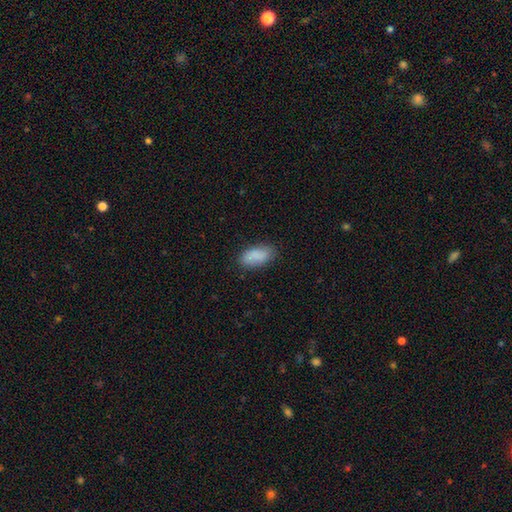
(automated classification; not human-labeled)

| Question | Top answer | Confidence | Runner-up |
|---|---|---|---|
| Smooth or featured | smooth | 85% | featured or disk (8%) |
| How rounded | in between | 91% | cigar-shaped (6%) |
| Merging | none | 76% | minor disturbance (17%) |